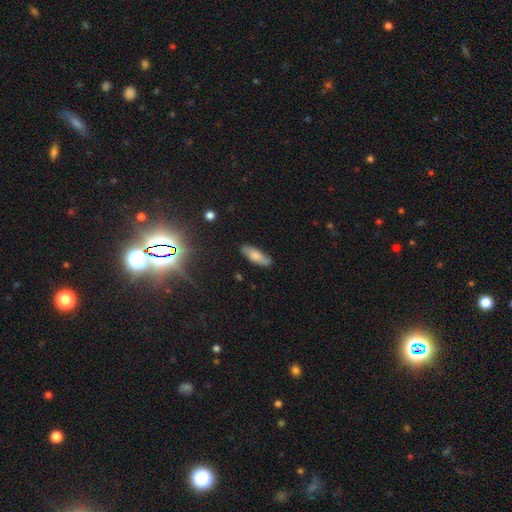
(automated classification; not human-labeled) A smooth galaxy with no disk features (73%) that is in between round and cigar-shaped (61%). Merging: none (81%).